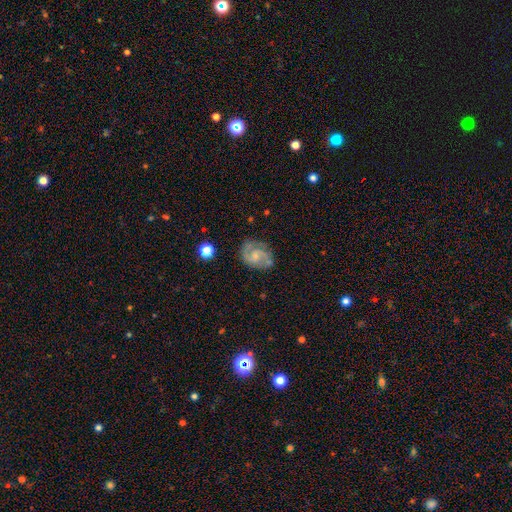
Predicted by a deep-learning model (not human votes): The model was most divided on "bar": no: 54%, weak: 40%, strong: 6%. More confident: edge-on disk — no (98%); spiral arms — yes (96%); spiral arm count — 2 (87%); smooth or featured — featured or disk (82%); merging — none (72%); spiral winding — medium (54%); bulge size — small (53%).